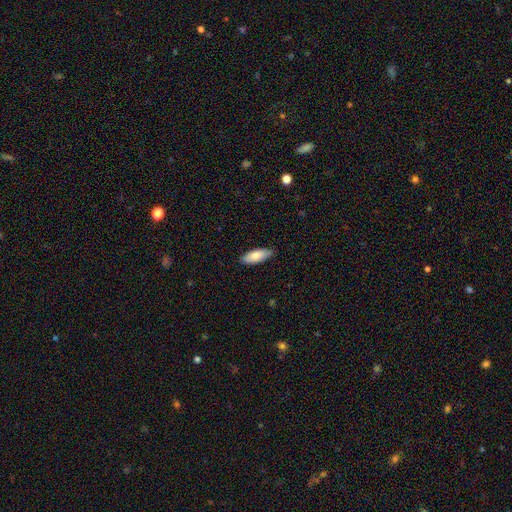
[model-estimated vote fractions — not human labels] This appears to be a smooth galaxy with no disk features (80%) that is in between round and cigar-shaped (77%). Merging: none (83%).